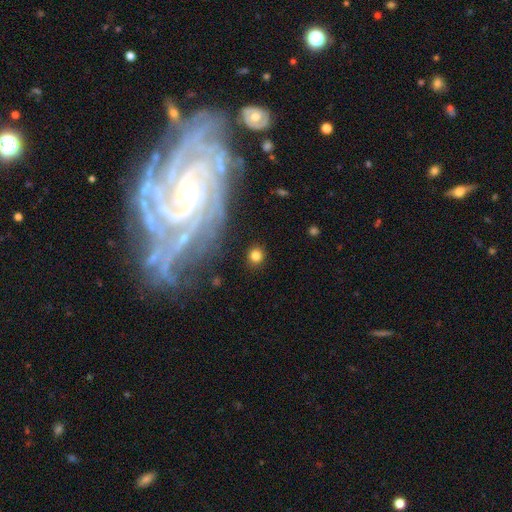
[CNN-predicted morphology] Smooth or featured?
  - smooth: 79% *
  - featured or disk: 10%
  - star or artifact: 10%
How rounded?
  - round: 86% *
  - in between: 13%
  - cigar-shaped: 1%
Merging?
  - none: 88% *
  - minor disturbance: 7%
  - major disturbance: 3%
  - merger: 2%